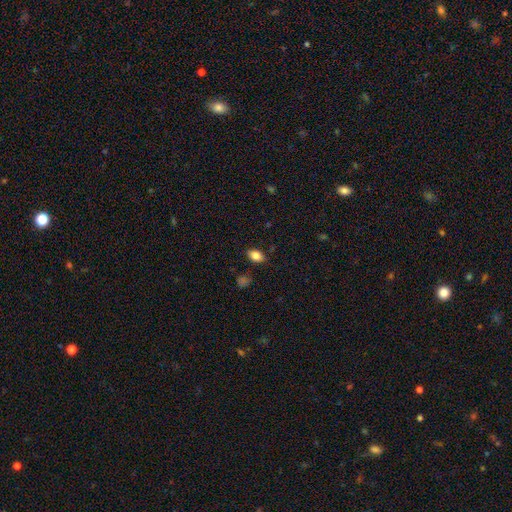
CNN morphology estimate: Q: Smooth or featured?
A: smooth (83%); runner-up: star or artifact (9%)
Q: How rounded?
A: in between (85%); runner-up: round (13%)
Q: Merging?
A: none (85%); runner-up: minor disturbance (11%)